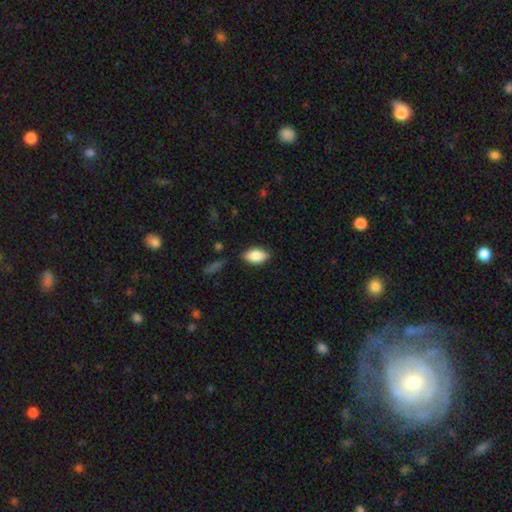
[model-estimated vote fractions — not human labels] This appears to be a smooth galaxy with no disk features (82%) that is in between round and cigar-shaped (90%). Merging: none (80%).